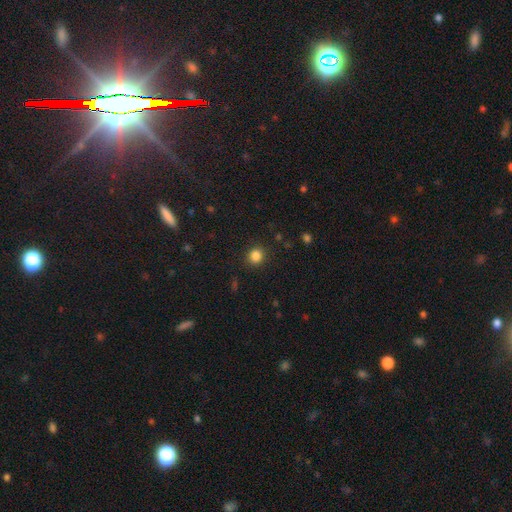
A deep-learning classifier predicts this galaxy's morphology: Smooth or featured: smooth — 84% (star or artifact — 12%)
How rounded: round — 88% (in between — 11%)
Merging: none — 90% (minor disturbance — 7%)